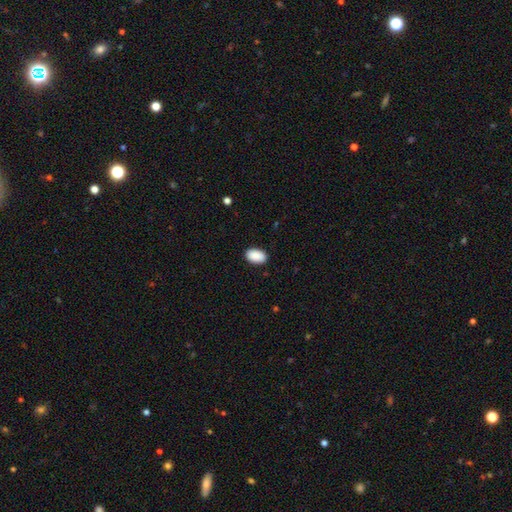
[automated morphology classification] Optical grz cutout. It shows a smooth galaxy with no disk features (91%) that is in between round and cigar-shaped (93%). Merging: none (89%).